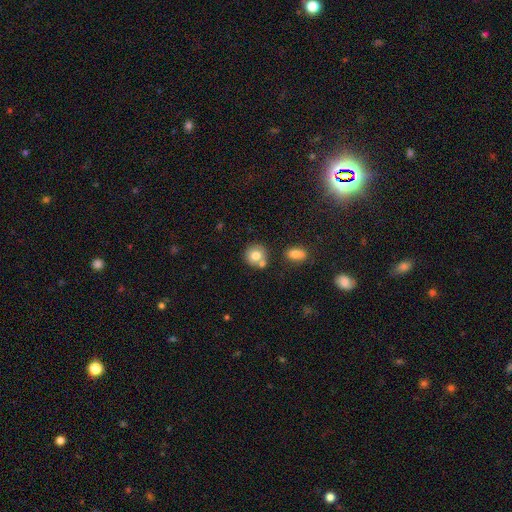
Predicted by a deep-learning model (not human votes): Overall: smooth (76%). How rounded: round (87%). Merging: none (63%; merger 23%).